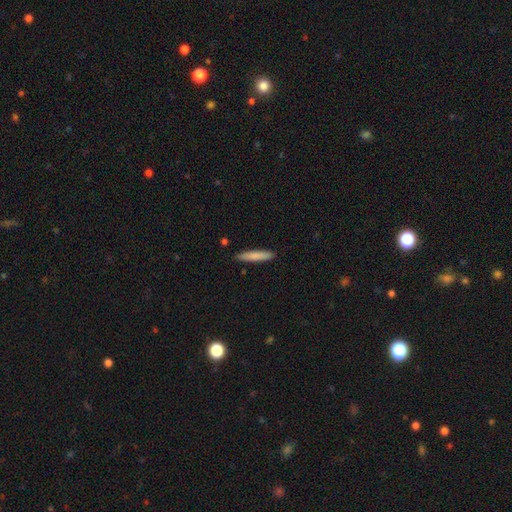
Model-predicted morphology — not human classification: Smooth or featured? smooth (82%)
How rounded? cigar-shaped (89%)
Merging? none (88%)